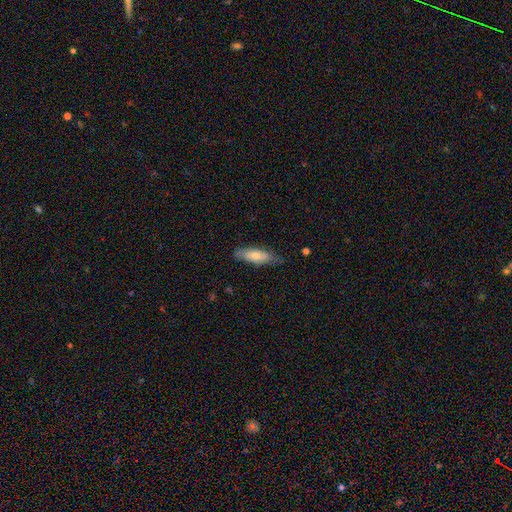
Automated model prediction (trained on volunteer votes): smooth_or_featured: smooth (p=0.70) [alt: featured or disk p=0.25]
how_rounded: in between (p=0.52) [alt: cigar-shaped p=0.46]
merging: none (p=0.71) [alt: minor disturbance p=0.23]